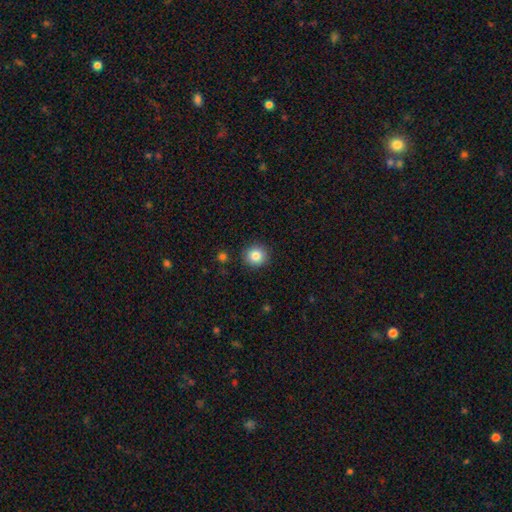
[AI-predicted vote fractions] smooth 84%, star or artifact 10%, featured or disk 6%. Down the decision tree: how rounded — round (92%); merging — none (91%).